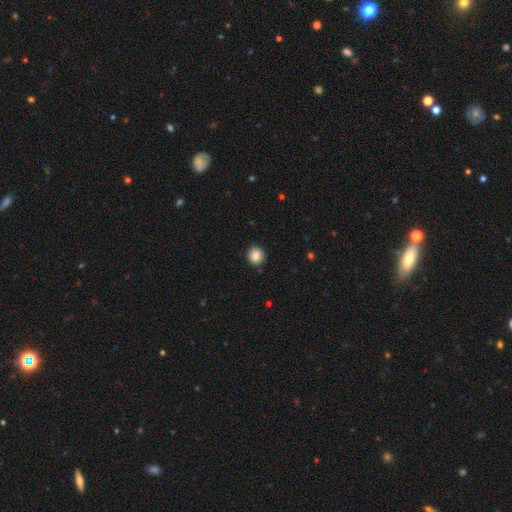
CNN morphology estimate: Smooth or featured? smooth (86%)
How rounded? round (89%)
Merging? none (91%)